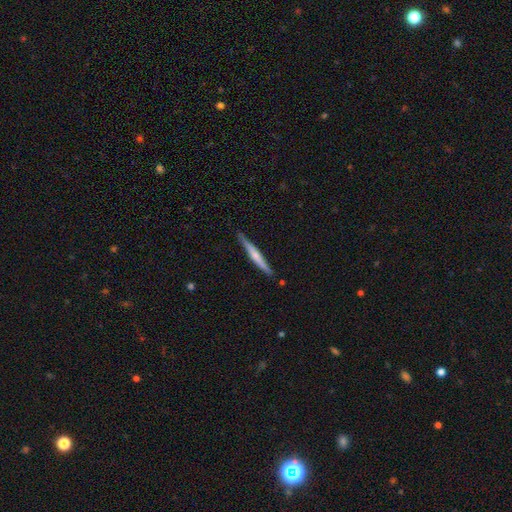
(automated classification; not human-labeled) Smooth or featured: featured or disk — 54% (smooth — 41%)
Edge-on disk: yes — 97% (no — 3%)
Edge-on bulge: rounded — 60% (none — 30%)
Merging: none — 86% (minor disturbance — 11%)